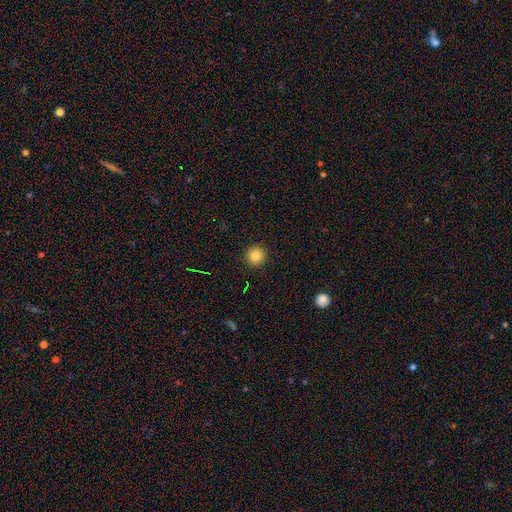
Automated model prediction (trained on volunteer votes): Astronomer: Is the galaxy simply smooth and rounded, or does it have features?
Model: smooth — 83%.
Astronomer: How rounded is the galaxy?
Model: round — 95%.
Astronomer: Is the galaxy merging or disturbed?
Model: none — 93%.